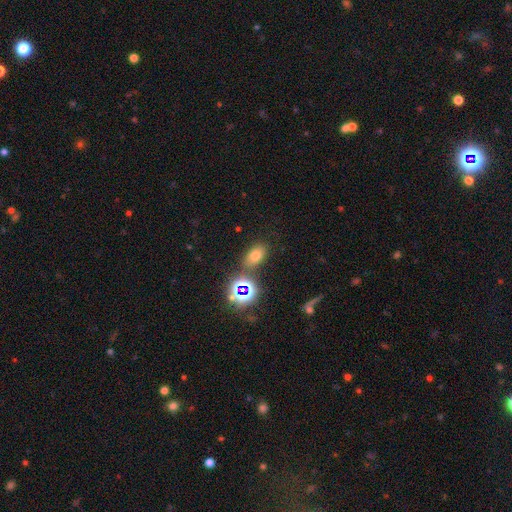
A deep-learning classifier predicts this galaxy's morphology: A smooth galaxy with no disk features (64%) that is in between round and cigar-shaped (81%).

Vote fractions:
- Smooth or featured? smooth: 64% / star or artifact: 26% / featured or disk: 10%
- How rounded? in between: 81% / round: 17% / cigar-shaped: 2%
- Merging? none: 76% / minor disturbance: 11% / merger: 8% / major disturbance: 4%